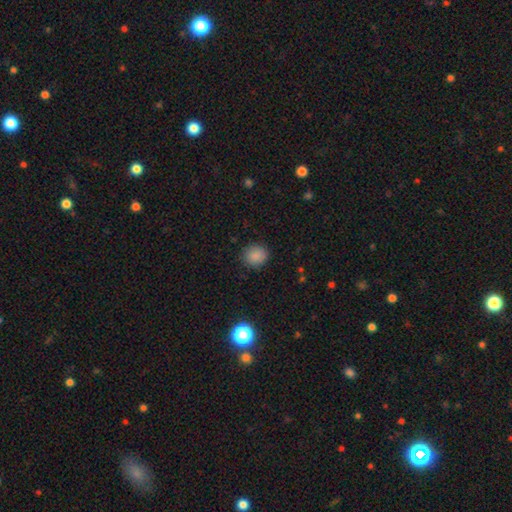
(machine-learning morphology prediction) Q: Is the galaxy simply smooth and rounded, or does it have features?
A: smooth — 86%.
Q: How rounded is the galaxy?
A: round — 81%.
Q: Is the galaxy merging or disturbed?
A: none — 88%.